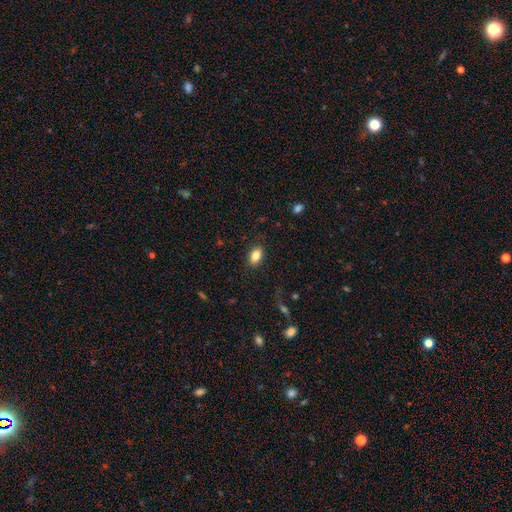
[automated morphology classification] Q: Smooth or featured?
A: smooth (84%); runner-up: star or artifact (8%)
Q: How rounded?
A: in between (88%); runner-up: round (9%)
Q: Merging?
A: none (86%); runner-up: minor disturbance (10%)